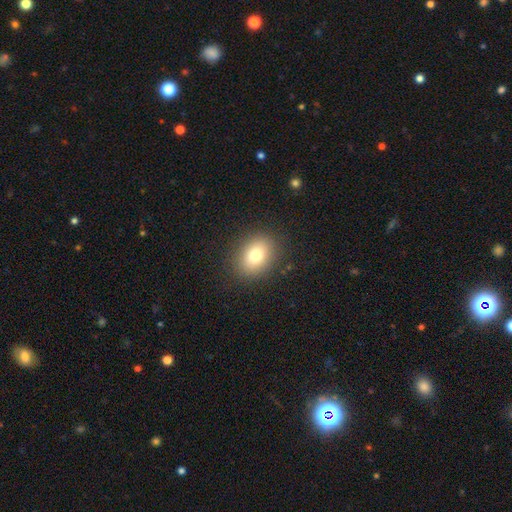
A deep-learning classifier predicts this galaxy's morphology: type=smooth (78%); roundness=in between (58%); merging=none (87%).